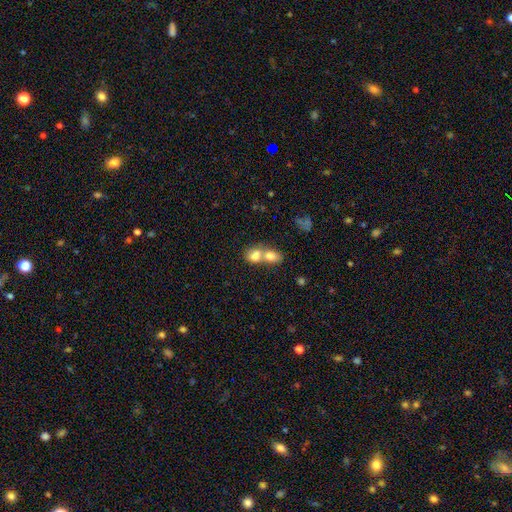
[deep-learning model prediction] A smooth galaxy with no disk features (75%) that is in between round and cigar-shaped (60%).

Vote fractions:
- Smooth or featured? smooth: 75% / featured or disk: 16% / star or artifact: 9%
- How rounded? in between: 60% / round: 38% / cigar-shaped: 2%
- Merging? merger: 74% / none: 18% / minor disturbance: 5% / major disturbance: 3%